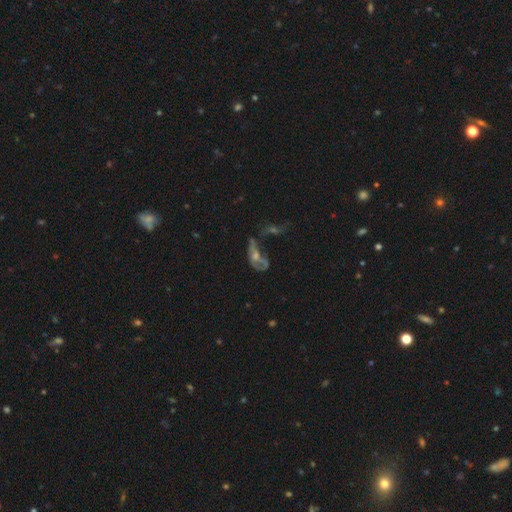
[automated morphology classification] A featured or disk galaxy (54%).

Vote fractions:
- Smooth or featured? featured or disk: 54% / smooth: 26% / star or artifact: 19%
- Edge-on disk? no: 86% / yes: 14%
- Merging? major disturbance: 32% / merger: 29% / none: 24% / minor disturbance: 15%